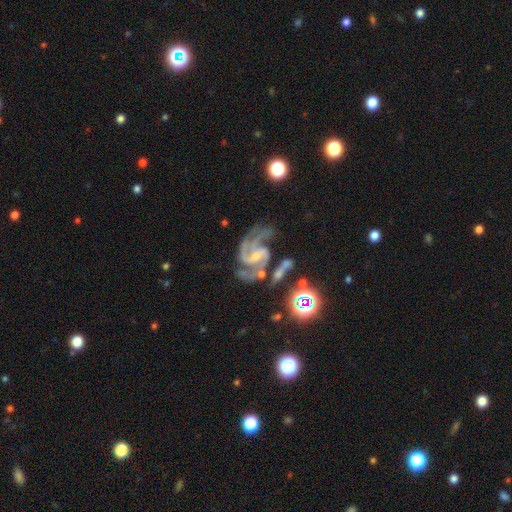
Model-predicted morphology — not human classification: Smooth or featured? Predicted: featured or disk (p=0.91). Edge-on disk? Predicted: no (p=0.98). Bar? Predicted: weak (p=0.46). Spiral arms? Predicted: yes (p=0.98). Spiral winding? Predicted: medium (p=0.61). Spiral arm count? Predicted: 2 (p=0.42). Bulge size? Predicted: small (p=0.65). Merging? Predicted: none (p=0.50).